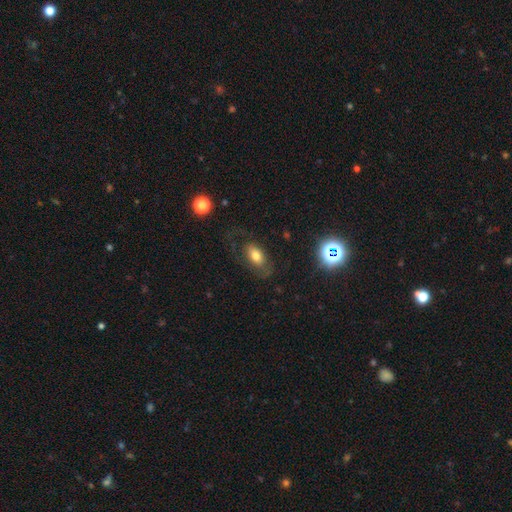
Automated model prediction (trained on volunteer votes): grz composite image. It shows a smooth galaxy with no disk features (62%) that is in between round and cigar-shaped (89%). Merging: none (58%).